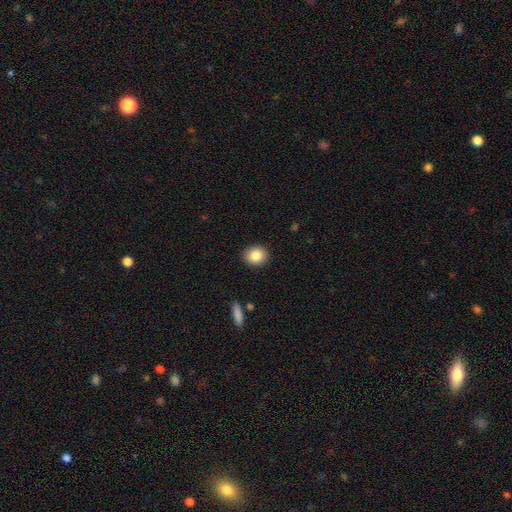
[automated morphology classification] Smooth or featured?
  - smooth: 85% *
  - star or artifact: 8%
  - featured or disk: 7%
How rounded?
  - round: 69% *
  - in between: 30%
  - cigar-shaped: 1%
Merging?
  - none: 90% *
  - minor disturbance: 7%
  - major disturbance: 2%
  - merger: 1%